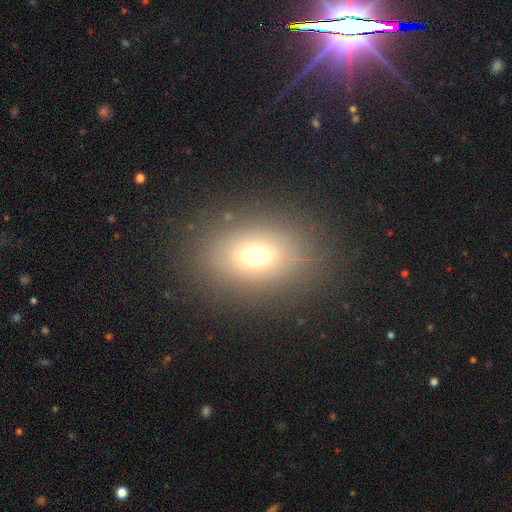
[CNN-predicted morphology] type=smooth (65%); roundness=in between (75%); merging=none (84%).